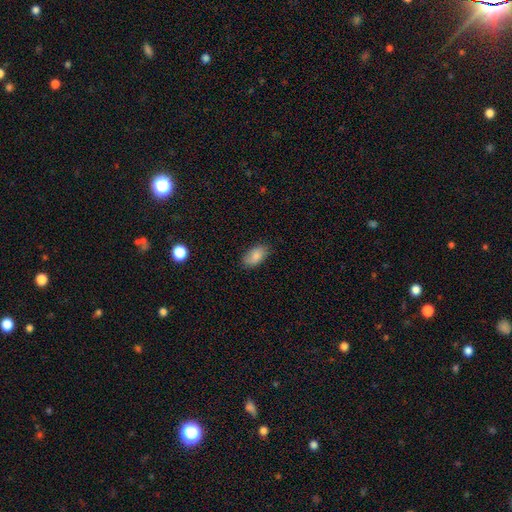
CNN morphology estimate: Smooth or featured? smooth (85%)
How rounded? in between (93%)
Merging? none (81%)